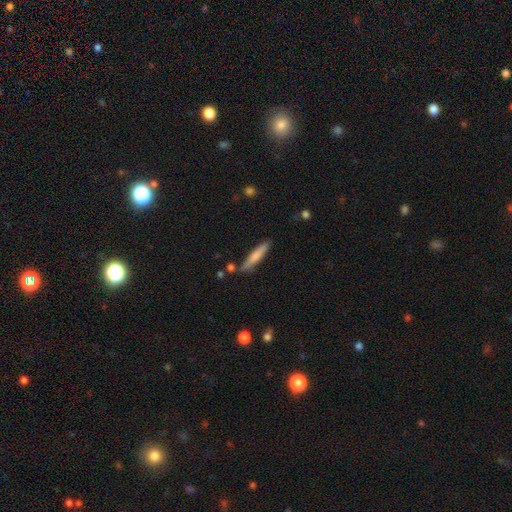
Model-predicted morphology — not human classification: smooth_or_featured: smooth (p=0.67) [alt: featured or disk p=0.27]
how_rounded: cigar-shaped (p=0.91) [alt: in between p=0.08]
merging: none (p=0.81) [alt: minor disturbance p=0.12]